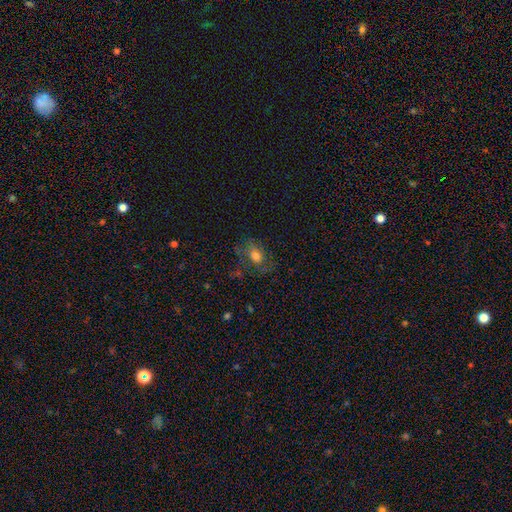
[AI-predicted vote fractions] Smooth or featured?
  - smooth: 50% *
  - featured or disk: 29%
  - star or artifact: 21%
Merging?
  - none: 63% *
  - minor disturbance: 20%
  - major disturbance: 15%
  - merger: 2%